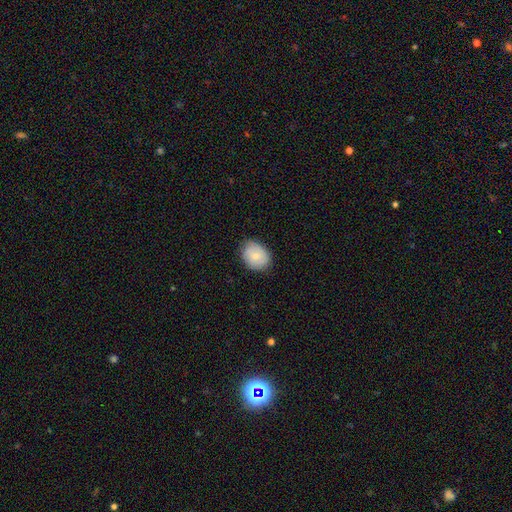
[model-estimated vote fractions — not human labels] A smooth galaxy with no disk features (71%) that is in between round and cigar-shaped (52%).

Vote fractions:
- Smooth or featured? smooth: 71% / featured or disk: 22% / star or artifact: 7%
- How rounded? in between: 52% / round: 47% / cigar-shaped: 1%
- Merging? none: 75% / minor disturbance: 21% / major disturbance: 3% / merger: 1%